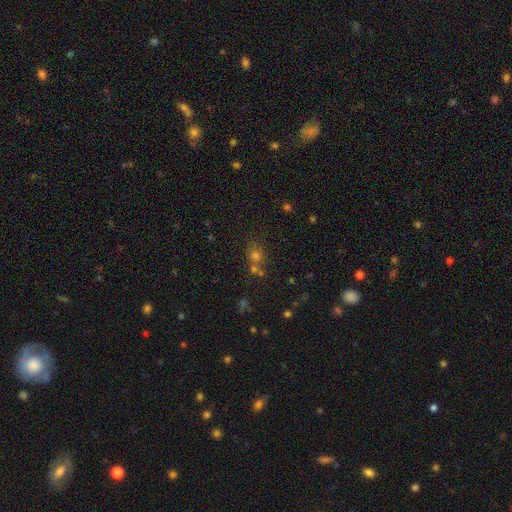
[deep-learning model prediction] This is possibly a smooth galaxy (58%). How rounded: clearly round (81%). Merging: likely none (60%).